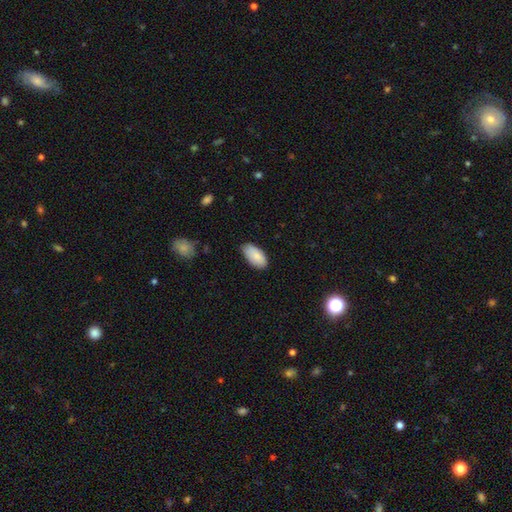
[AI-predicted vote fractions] Smooth or featured: smooth — 86% (featured or disk — 7%)
How rounded: in between — 95% (cigar-shaped — 3%)
Merging: none — 77% (minor disturbance — 20%)